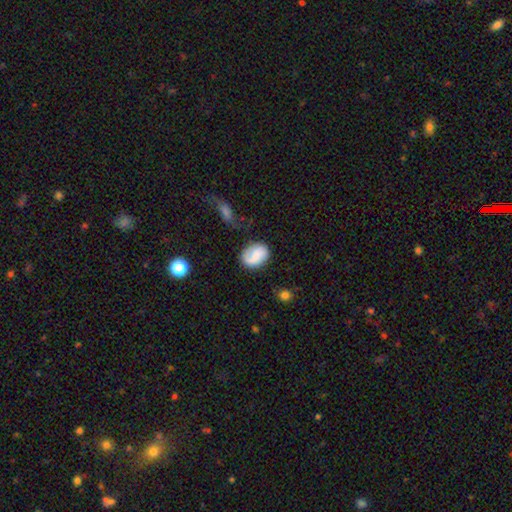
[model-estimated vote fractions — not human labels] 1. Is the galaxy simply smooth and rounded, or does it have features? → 58% smooth, 33% featured or disk, 8% star or artifact.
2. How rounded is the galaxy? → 65% in between, 34% round, 1% cigar-shaped.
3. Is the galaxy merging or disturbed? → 65% none, 22% minor disturbance, 9% major disturbance, 4% merger.